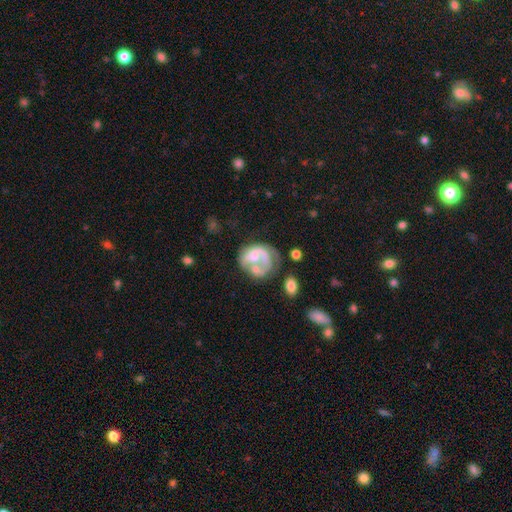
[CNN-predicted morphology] Smooth or featured? Predicted: featured or disk (p=0.61). Edge-on disk? Predicted: no (p=0.98). Bar? Predicted: no (p=0.75). Spiral arms? Predicted: yes (p=0.54). Bulge size? Predicted: none (p=0.36). Merging? Predicted: major disturbance (p=0.33).